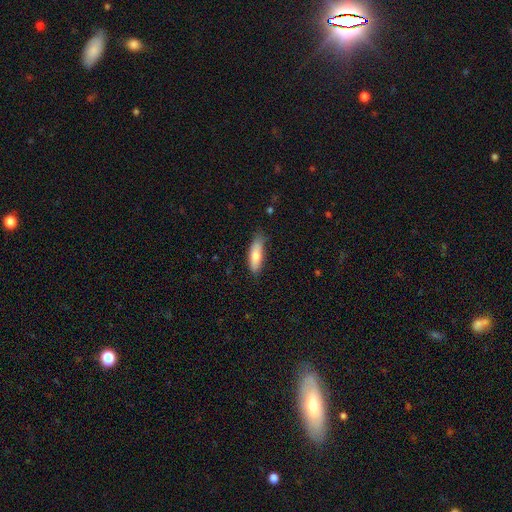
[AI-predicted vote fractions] Overall: smooth (73%). How rounded: in between (52%; cigar-shaped 46%). Merging: none (77%).